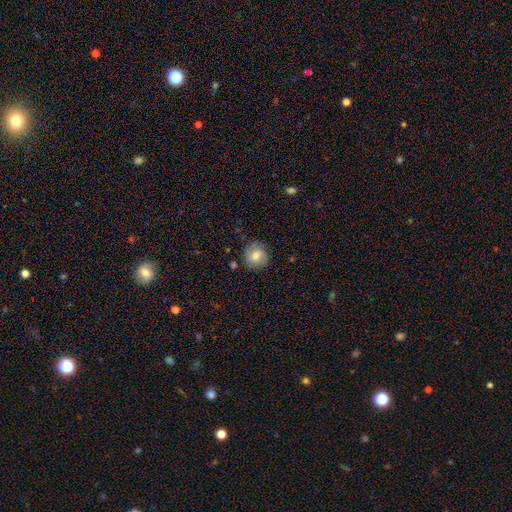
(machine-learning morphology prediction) The model was most divided on "smooth or featured": smooth: 52%, featured or disk: 38%, star or artifact: 9%. More confident: how rounded — round (87%); merging — none (78%).